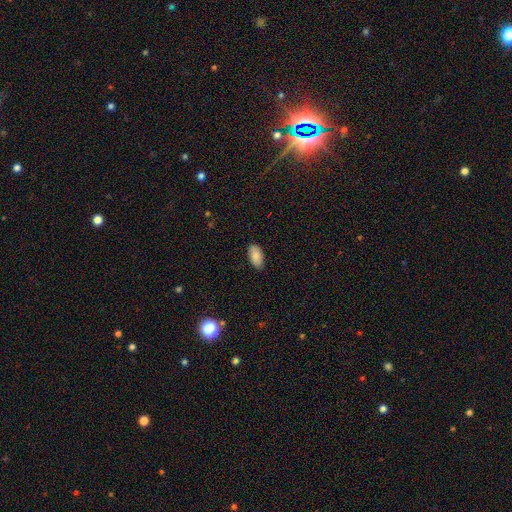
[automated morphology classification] Smooth or featured: smooth — 86% (featured or disk — 7%)
How rounded: in between — 95% (round — 3%)
Merging: none — 87% (minor disturbance — 10%)